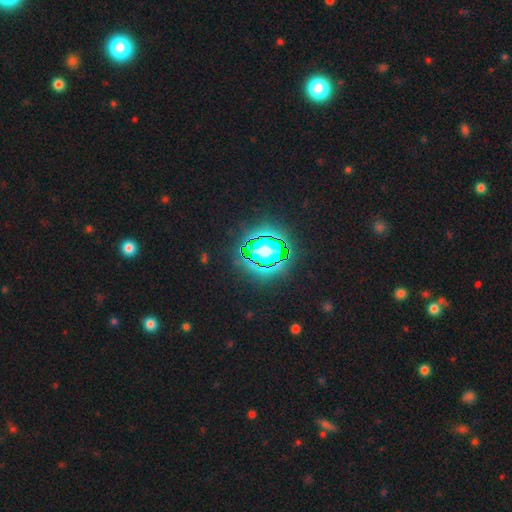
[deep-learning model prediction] Q: Smooth or featured?
A: star or artifact (80%); runner-up: smooth (13%)